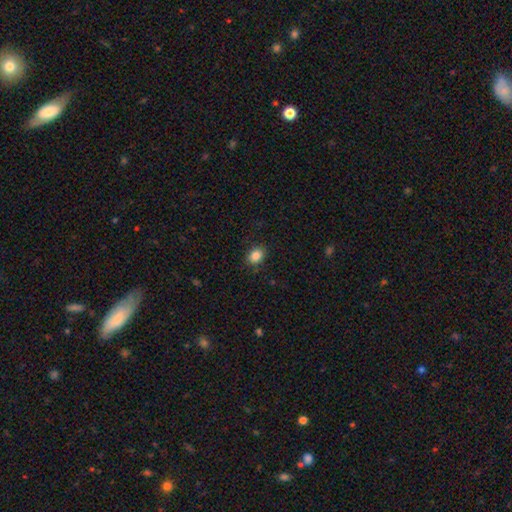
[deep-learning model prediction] A smooth galaxy with no disk features (86%) that is in between round and cigar-shaped (56%). Merging: none (86%).